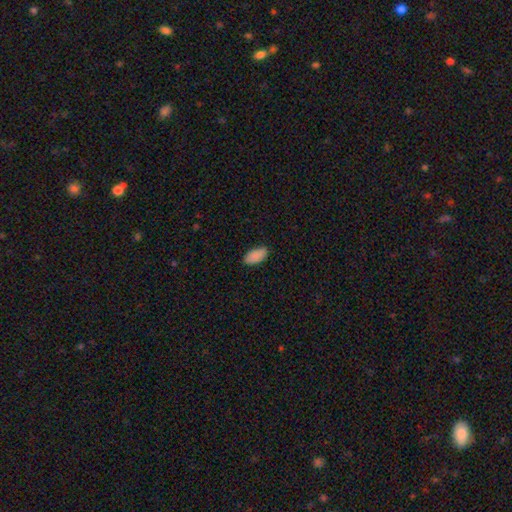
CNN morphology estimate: Smooth or featured: smooth — 89% (star or artifact — 7%)
How rounded: in between — 94% (cigar-shaped — 4%)
Merging: none — 84% (minor disturbance — 13%)